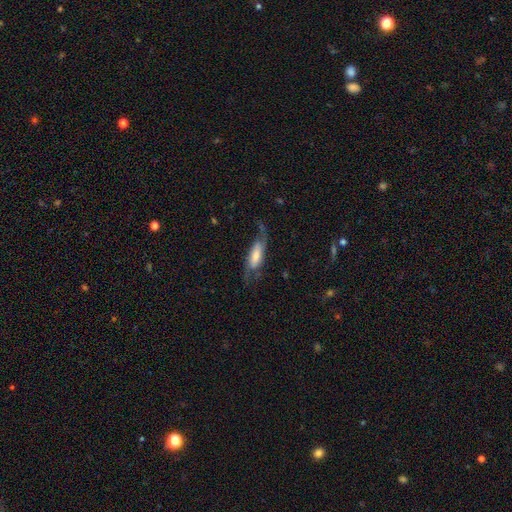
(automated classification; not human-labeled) smooth-or-featured: featured or disk: 61% | smooth: 32% | star or artifact: 7%
  disk-edge-on: no: 82% | yes: 18%
  merging: none: 59% | minor disturbance: 21% | major disturbance: 18% | merger: 2%